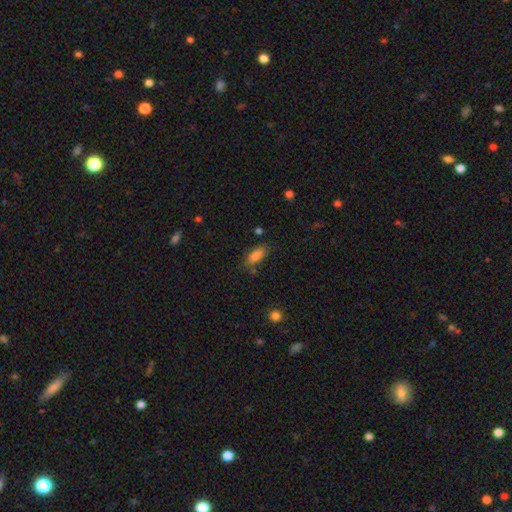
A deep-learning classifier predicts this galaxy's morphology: Q: Smooth or featured?
A: smooth (85%); runner-up: star or artifact (8%)
Q: How rounded?
A: in between (82%); runner-up: cigar-shaped (15%)
Q: Merging?
A: none (75%); runner-up: minor disturbance (16%)